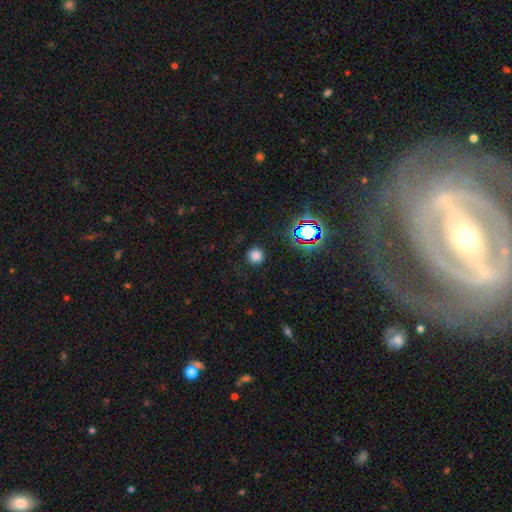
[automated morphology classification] This is likely a smooth galaxy (74%). How rounded: clearly round (94%). Merging: clearly none (87%).